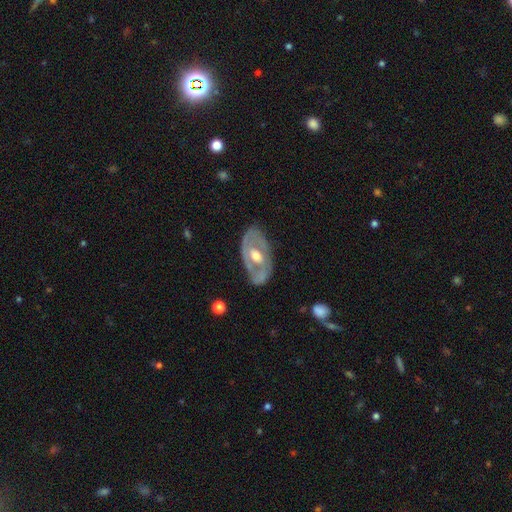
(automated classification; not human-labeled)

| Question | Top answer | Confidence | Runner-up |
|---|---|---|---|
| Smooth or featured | featured or disk | 74% | smooth (21%) |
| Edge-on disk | no | 90% | yes (10%) |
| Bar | no | 62% | weak (28%) |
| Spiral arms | no | 55% | yes (45%) |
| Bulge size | moderate | 74% | large (14%) |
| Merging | none | 74% | minor disturbance (19%) |